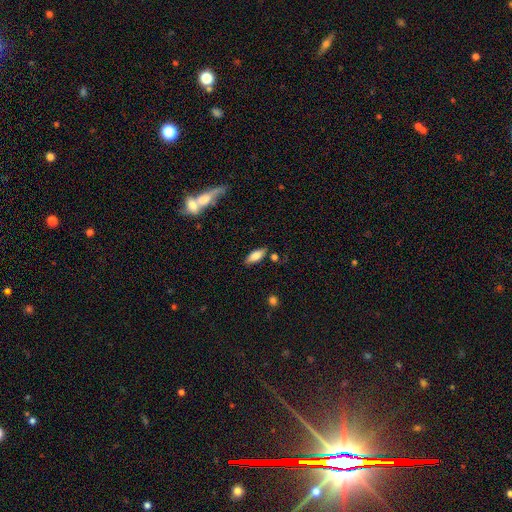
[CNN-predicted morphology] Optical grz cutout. It shows a smooth galaxy with no disk features (76%) that is in between round and cigar-shaped (78%). Merging: none (80%).